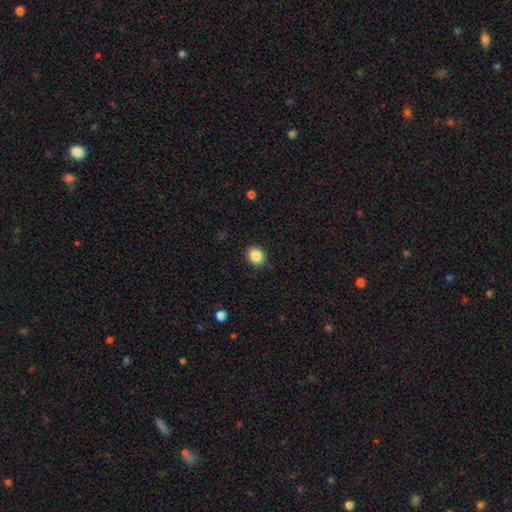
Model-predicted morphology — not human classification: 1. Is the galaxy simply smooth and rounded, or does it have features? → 87% smooth, 9% star or artifact, 4% featured or disk.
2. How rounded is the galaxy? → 67% round, 33% in between, 1% cigar-shaped.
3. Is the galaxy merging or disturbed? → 88% none, 9% minor disturbance, 2% major disturbance, 1% merger.